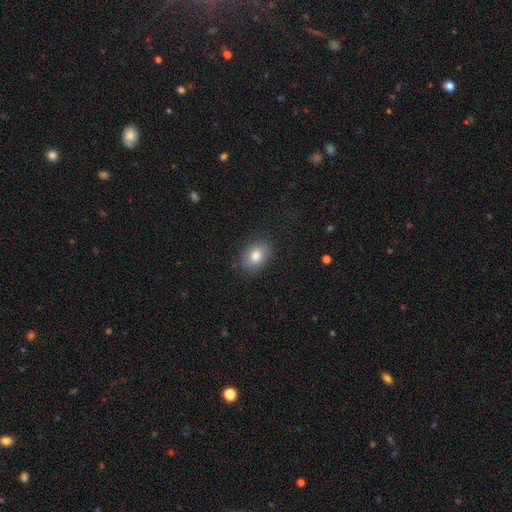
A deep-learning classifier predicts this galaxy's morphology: type=smooth (81%); roundness=in between (74%); merging=none (84%).